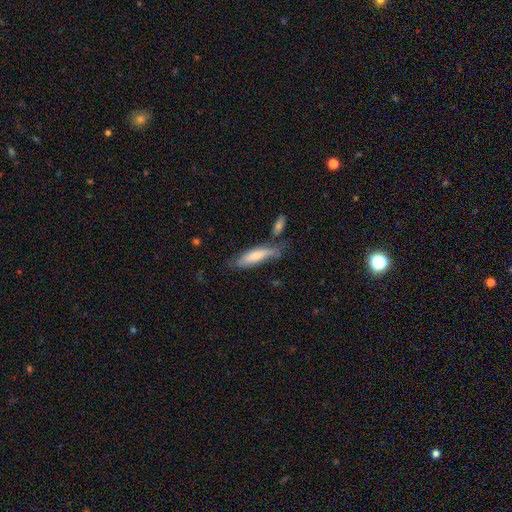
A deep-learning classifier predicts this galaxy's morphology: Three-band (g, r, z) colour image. It shows a smooth galaxy with no disk features (73%) that is cigar-shaped (62%). Merging: none (57%).